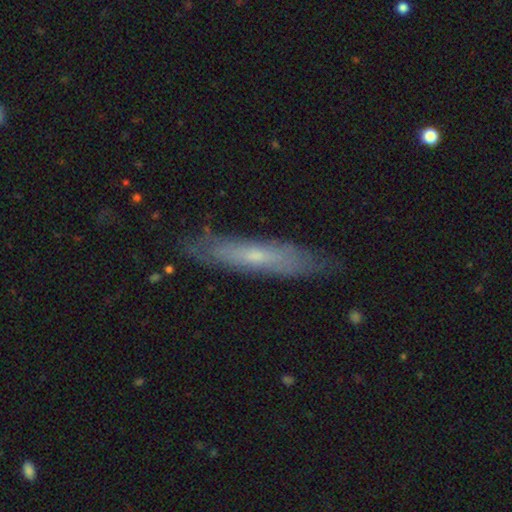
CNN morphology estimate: Q: Smooth or featured?
A: featured or disk (55%); runner-up: smooth (38%)
Q: Edge-on disk?
A: yes (63%); runner-up: no (37%)
Q: Merging?
A: none (80%); runner-up: minor disturbance (15%)